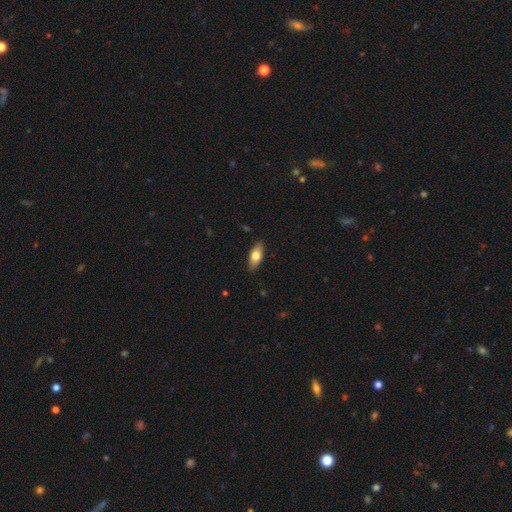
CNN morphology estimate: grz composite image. It shows a smooth galaxy with no disk features (72%) that is in between round and cigar-shaped (81%). Merging: none (88%).